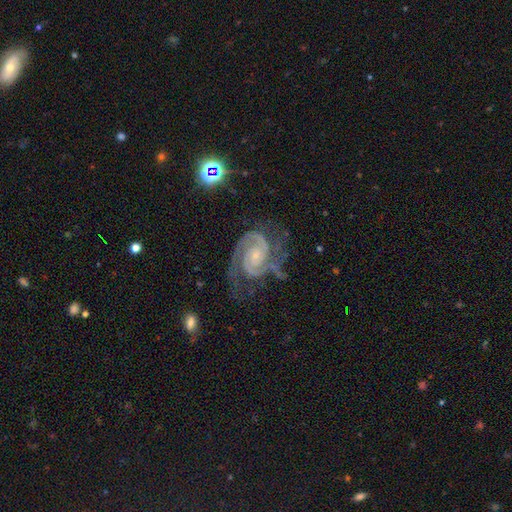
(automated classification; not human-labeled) Smooth or featured? Predicted: featured or disk (p=0.92). Edge-on disk? Predicted: no (p=0.98). Bar? Predicted: no (p=0.61). Spiral arms? Predicted: yes (p=0.98). Spiral winding? Predicted: tight (p=0.54). Spiral arm count? Predicted: 2 (p=0.84). Bulge size? Predicted: small (p=0.71). Merging? Predicted: none (p=0.64).